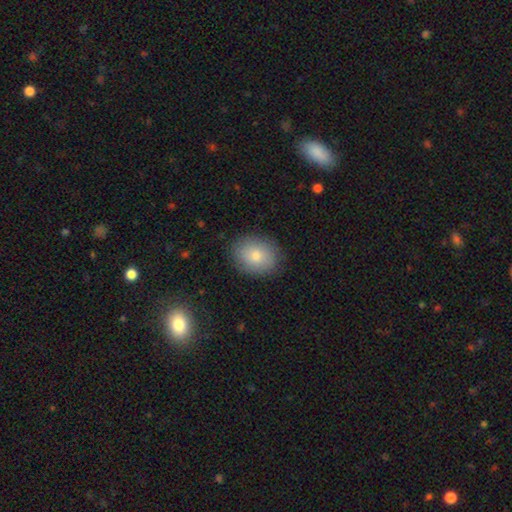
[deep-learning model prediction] Morphology: type=smooth (78%); roundness=in between (52%); merging=none (87%).